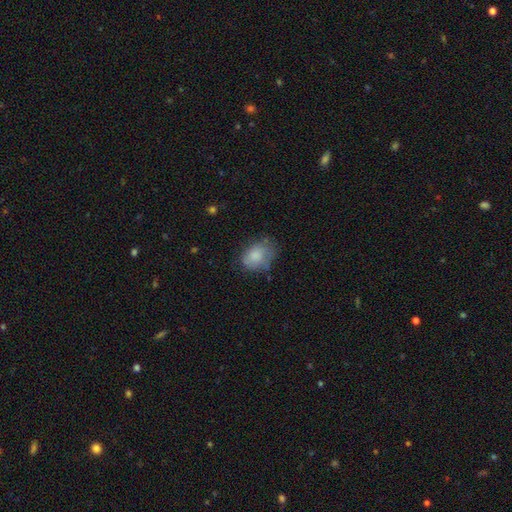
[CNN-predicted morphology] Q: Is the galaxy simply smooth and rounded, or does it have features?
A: smooth — 81%.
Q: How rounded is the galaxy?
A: in between — 69%.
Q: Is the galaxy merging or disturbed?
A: none — 57%.